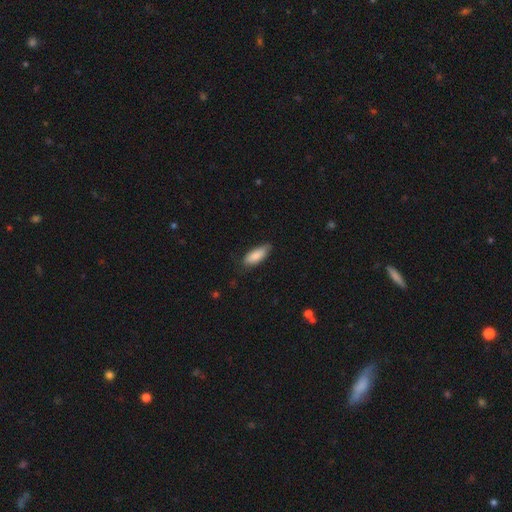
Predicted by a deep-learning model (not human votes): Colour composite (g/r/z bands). It shows a smooth galaxy with no disk features (84%) that is in between round and cigar-shaped (74%). Merging: none (74%).